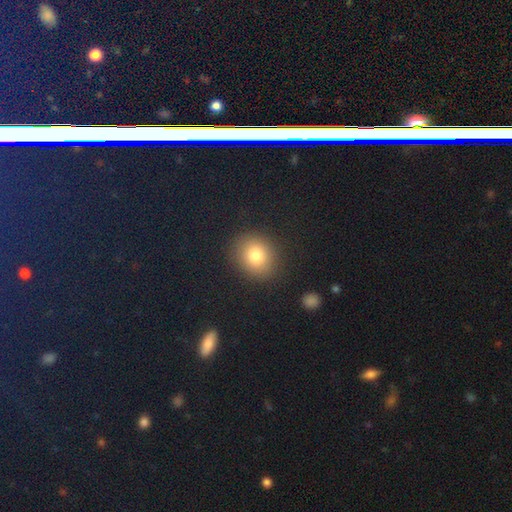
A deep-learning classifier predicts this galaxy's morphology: Smooth or featured? Predicted: smooth (p=0.80). How rounded? Predicted: round (p=0.74). Merging? Predicted: none (p=0.89).